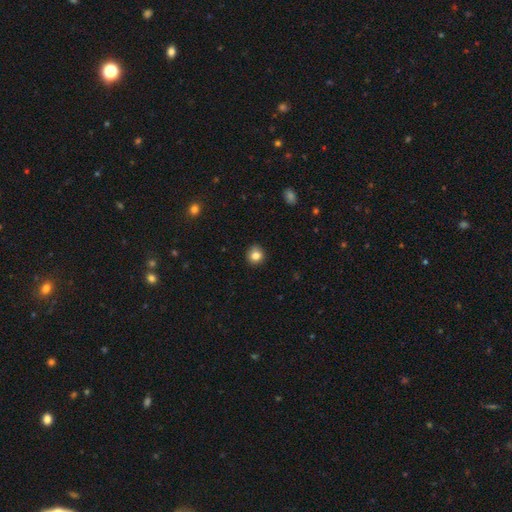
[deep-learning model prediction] Smooth or featured?
  - smooth: 83% *
  - star or artifact: 11%
  - featured or disk: 6%
How rounded?
  - round: 86% *
  - in between: 13%
  - cigar-shaped: 1%
Merging?
  - none: 89% *
  - minor disturbance: 8%
  - major disturbance: 2%
  - merger: 1%